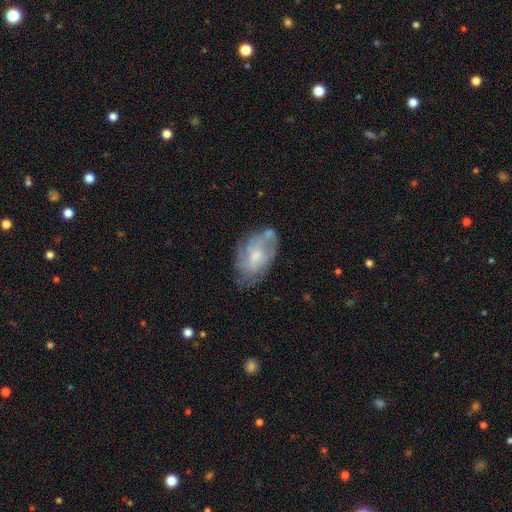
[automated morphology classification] Smooth or featured? Predicted: featured or disk (p=0.56). Edge-on disk? Predicted: no (p=0.95). Bar? Predicted: no (p=0.64). Spiral arms? Predicted: yes (p=0.66). Bulge size? Predicted: moderate (p=0.46). Merging? Predicted: none (p=0.56).